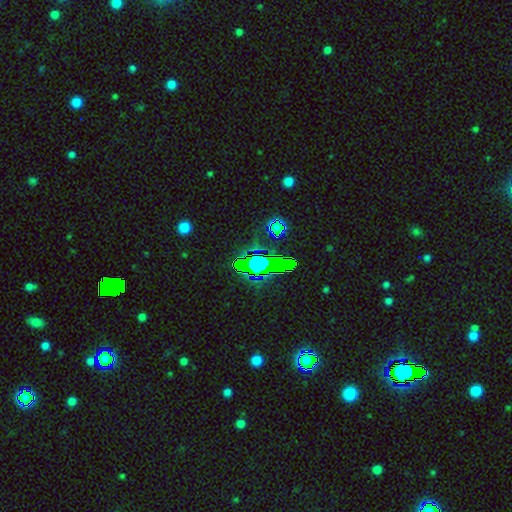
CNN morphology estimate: star or artifact 70%, smooth 17%, featured or disk 13%.